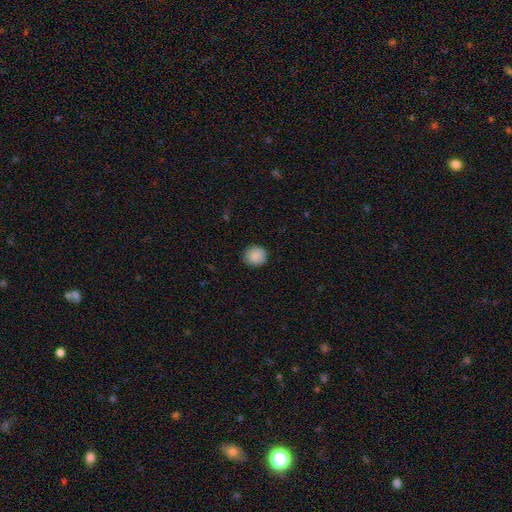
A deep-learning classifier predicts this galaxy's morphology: This is clearly a smooth galaxy (88%). How rounded: clearly round (88%). Merging: clearly none (87%).